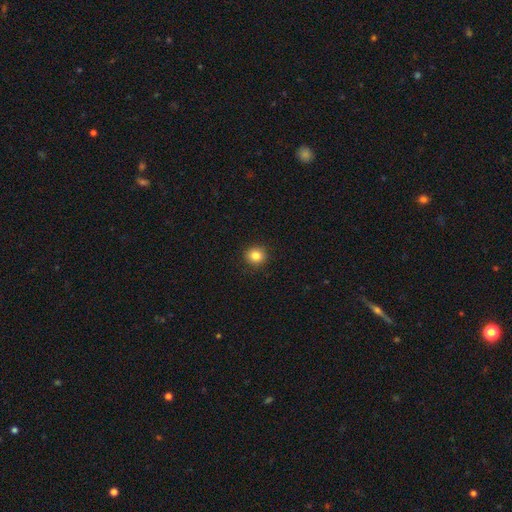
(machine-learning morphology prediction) This is clearly a smooth galaxy (84%). How rounded: clearly round (90%). Merging: clearly none (92%).